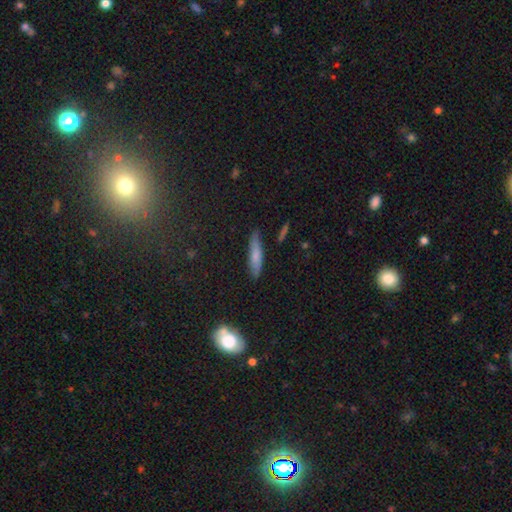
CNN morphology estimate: type=smooth (63%); roundness=cigar-shaped (75%); merging=none (80%).